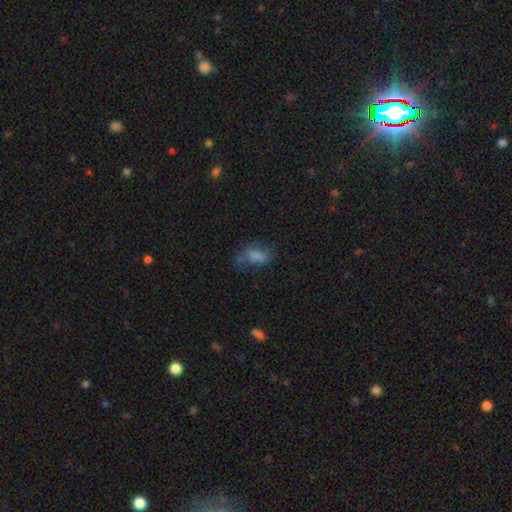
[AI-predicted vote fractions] Smooth or featured?
  - smooth: 68% *
  - featured or disk: 20%
  - star or artifact: 13%
How rounded?
  - in between: 85% *
  - cigar-shaped: 8%
  - round: 6%
Merging?
  - none: 40% *
  - minor disturbance: 30%
  - major disturbance: 26%
  - merger: 4%